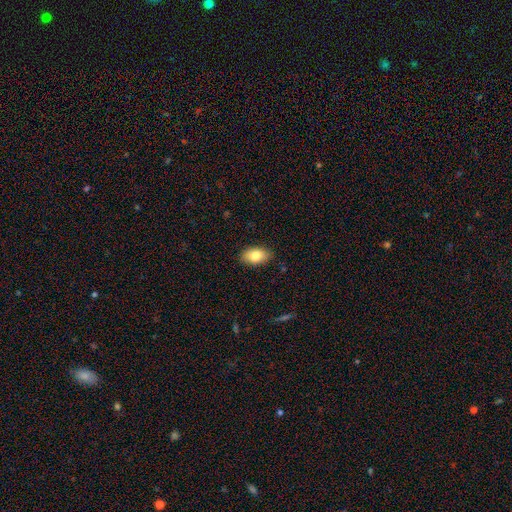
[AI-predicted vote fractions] This appears to be a smooth galaxy with no disk features (81%) that is in between round and cigar-shaped (92%). Merging: none (87%).